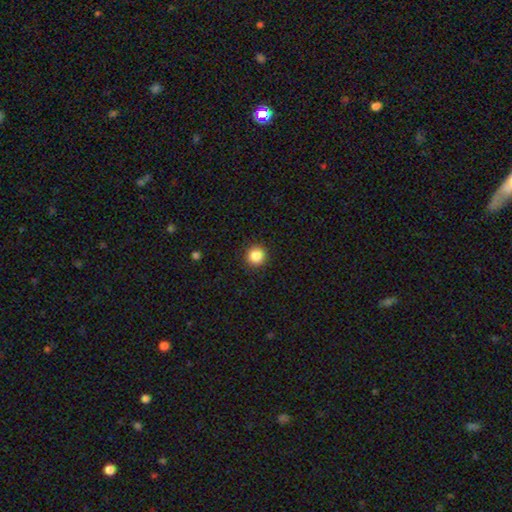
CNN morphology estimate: This appears to be a smooth galaxy with no disk features (86%) that is round (95%). Merging: none (93%).